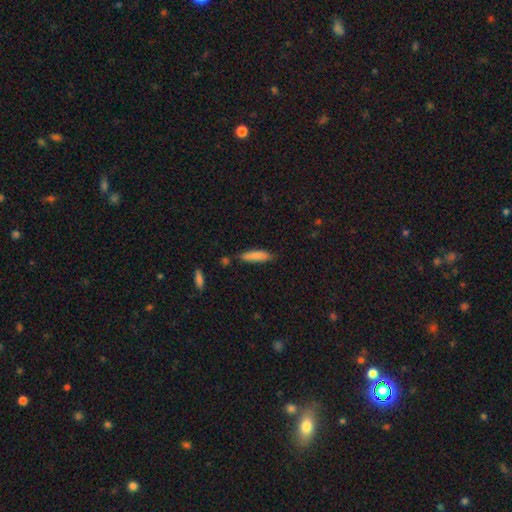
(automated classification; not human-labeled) Smooth or featured: smooth — 85% (featured or disk — 9%)
How rounded: cigar-shaped — 68% (in between — 31%)
Merging: none — 76% (minor disturbance — 18%)